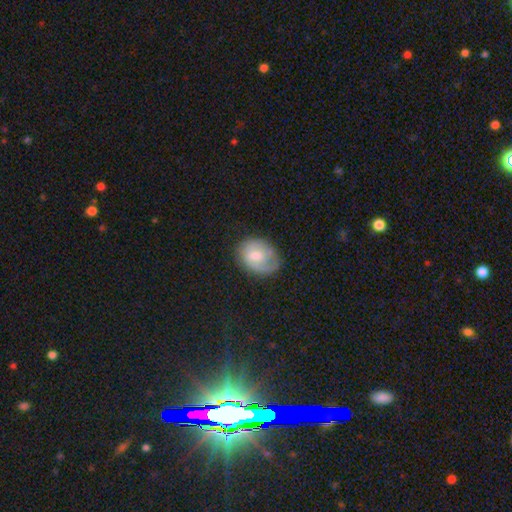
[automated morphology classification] smooth 51%, featured or disk 41%, star or artifact 7%. Down the decision tree: how rounded — in between (61%); merging — none (63%).